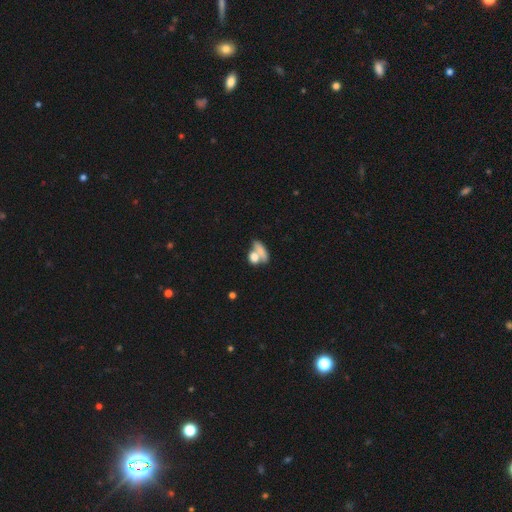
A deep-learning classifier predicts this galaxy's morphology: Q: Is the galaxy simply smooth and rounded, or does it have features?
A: smooth — 74%.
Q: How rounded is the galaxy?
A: in between — 49%.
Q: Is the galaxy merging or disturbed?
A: merger — 51%.